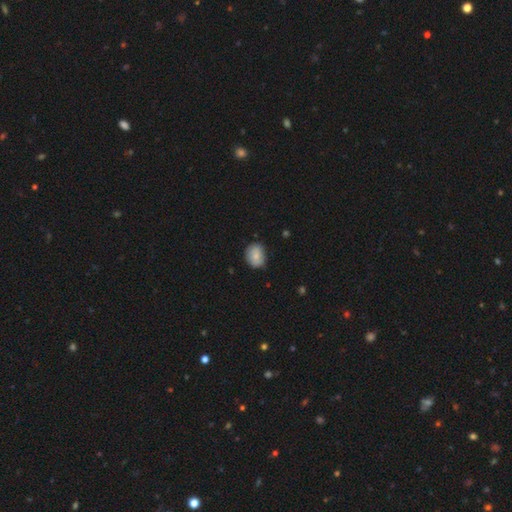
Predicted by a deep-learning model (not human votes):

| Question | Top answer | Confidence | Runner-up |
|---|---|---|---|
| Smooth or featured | smooth | 78% | featured or disk (15%) |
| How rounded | round | 51% | in between (48%) |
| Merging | none | 72% | minor disturbance (23%) |